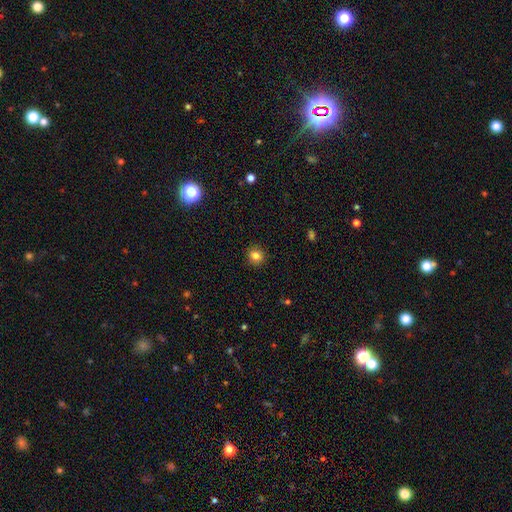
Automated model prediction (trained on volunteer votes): A smooth galaxy with no disk features (82%) that is round (87%).

Vote fractions:
- Smooth or featured? smooth: 82% / star or artifact: 12% / featured or disk: 6%
- How rounded? round: 87% / in between: 12% / cigar-shaped: 1%
- Merging? none: 91% / minor disturbance: 6% / major disturbance: 2% / merger: 1%